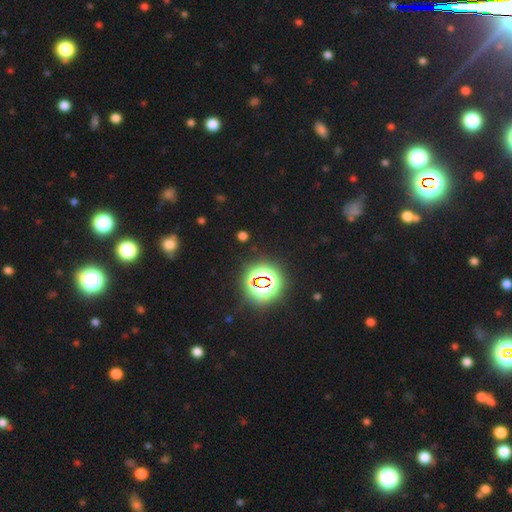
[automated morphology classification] smooth_or_featured: star or artifact (p=0.78) [alt: smooth p=0.15]